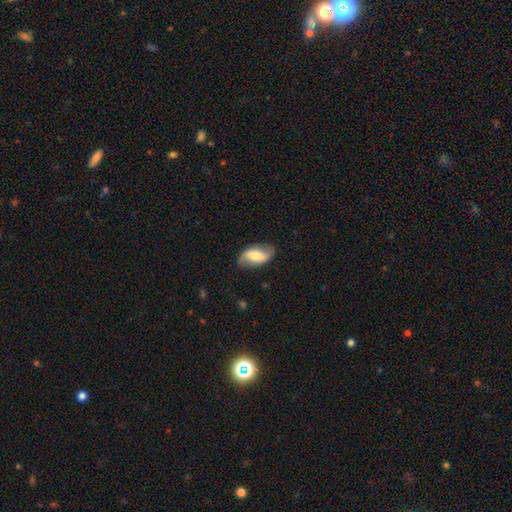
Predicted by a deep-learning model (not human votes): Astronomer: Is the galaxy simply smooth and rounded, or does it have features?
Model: featured or disk — 64%.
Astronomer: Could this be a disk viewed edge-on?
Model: no — 94%.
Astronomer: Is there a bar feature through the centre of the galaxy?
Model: weak — 38% (runner-up: strong, 32%).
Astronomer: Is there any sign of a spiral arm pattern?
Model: yes — 86%.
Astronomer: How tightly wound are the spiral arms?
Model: loose — 75%.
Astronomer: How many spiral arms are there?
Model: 2 — 91%.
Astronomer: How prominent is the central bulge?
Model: moderate — 55%.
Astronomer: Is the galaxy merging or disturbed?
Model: none — 80%.